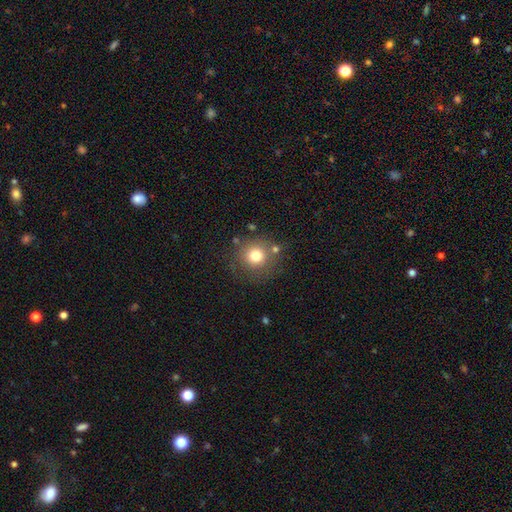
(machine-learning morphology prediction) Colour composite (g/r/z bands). It shows a smooth galaxy with no disk features (76%) that is round (93%). Merging: none (77%).